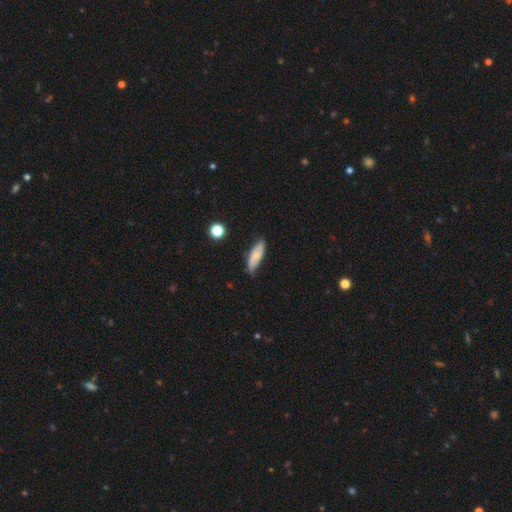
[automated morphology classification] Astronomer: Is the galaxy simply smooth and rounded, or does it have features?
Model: smooth — 66%.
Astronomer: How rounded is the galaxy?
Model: in between — 66%.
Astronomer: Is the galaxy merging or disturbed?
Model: none — 72%.